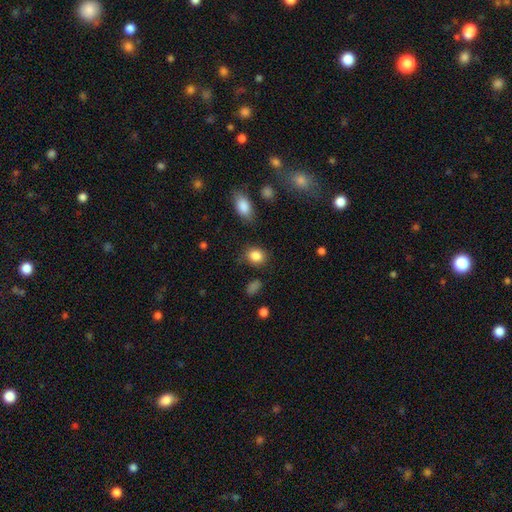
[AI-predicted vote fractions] A smooth galaxy with no disk features (86%) that is round (60%).

Vote fractions:
- Smooth or featured? smooth: 86% / star or artifact: 9% / featured or disk: 5%
- How rounded? round: 60% / in between: 39% / cigar-shaped: 1%
- Merging? none: 81% / minor disturbance: 13% / major disturbance: 4% / merger: 3%